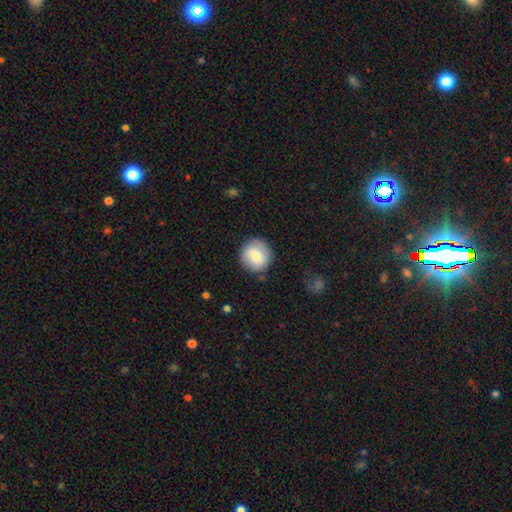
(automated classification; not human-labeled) smooth-or-featured: smooth: 77% | featured or disk: 16% | star or artifact: 7%
  how-rounded: round: 92% | in between: 7% | cigar-shaped: 1%
  merging: none: 84% | minor disturbance: 11% | major disturbance: 3% | merger: 2%